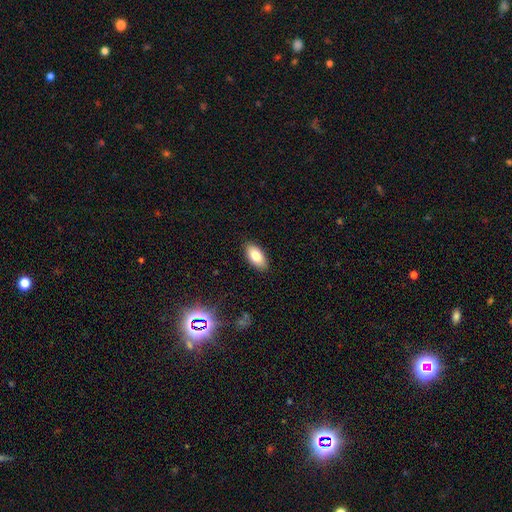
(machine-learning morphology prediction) smooth 82%, featured or disk 10%, star or artifact 7%. Down the decision tree: how rounded — in between (92%); merging — none (88%).